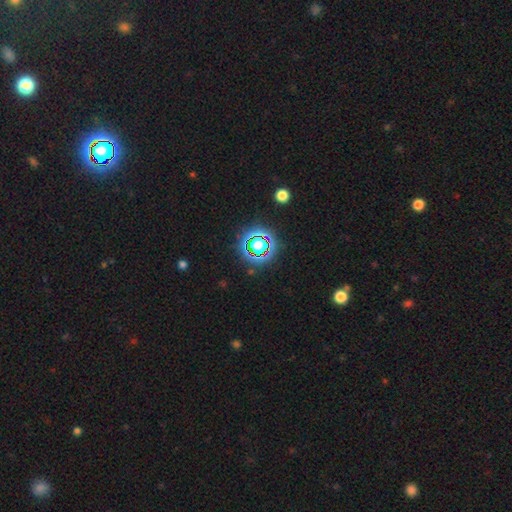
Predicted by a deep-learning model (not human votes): A star or artifact, not a galaxy (73%).